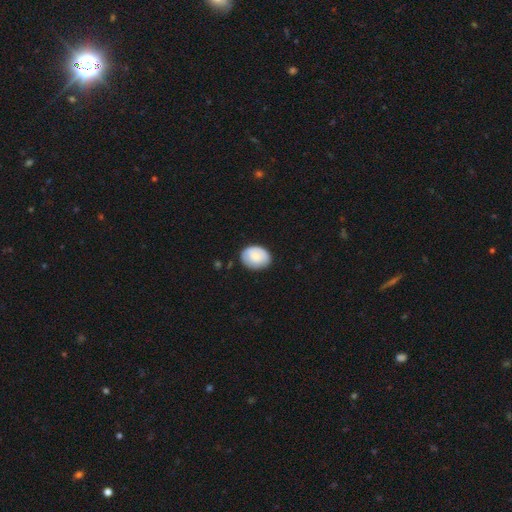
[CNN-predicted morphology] The model was most divided on "how rounded": in between: 62%, round: 37%, cigar-shaped: 1%. More confident: merging — none (75%); smooth or featured — smooth (74%).